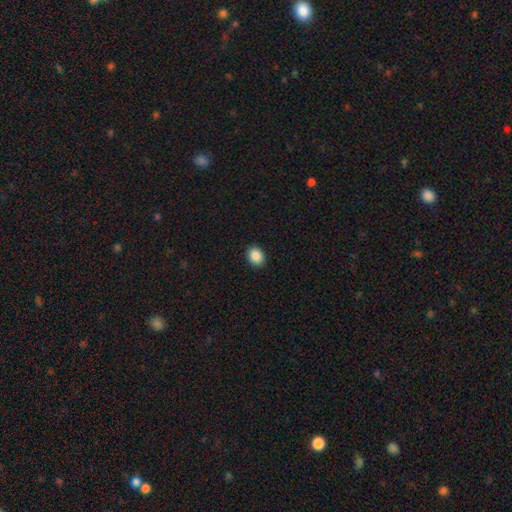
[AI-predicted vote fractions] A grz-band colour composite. It shows a smooth galaxy with no disk features (88%) that is round (58%). Merging: none (91%).